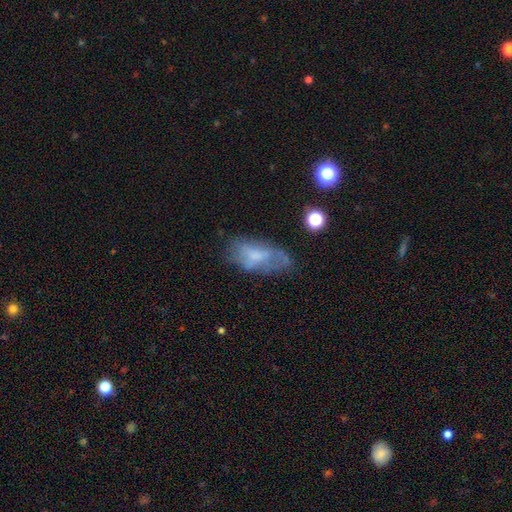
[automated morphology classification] A smooth galaxy with no disk features (50%) that is in between round and cigar-shaped (88%). Merging: none (45%).